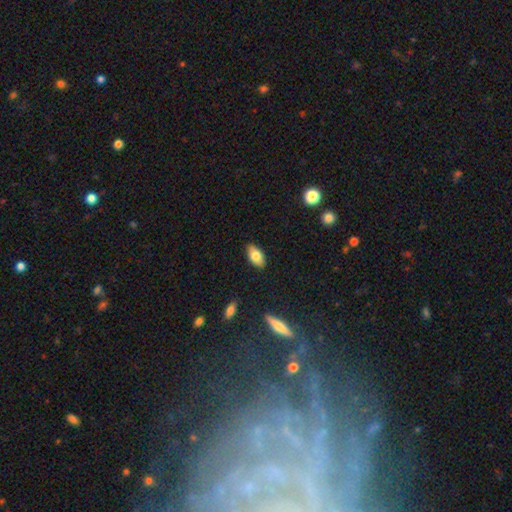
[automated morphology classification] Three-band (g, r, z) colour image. It shows a smooth galaxy with no disk features (77%) that is in between round and cigar-shaped (92%). Merging: none (86%).